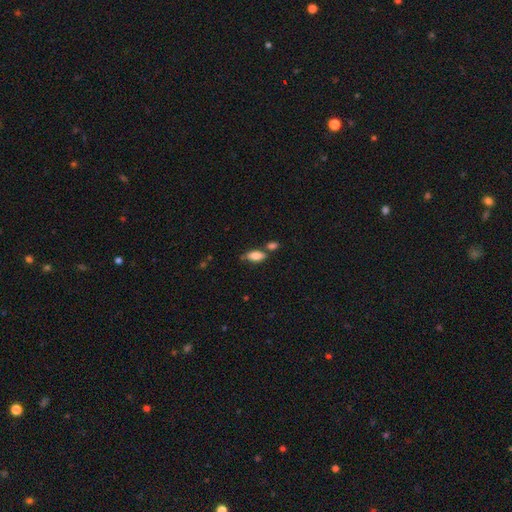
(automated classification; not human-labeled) Smooth or featured? smooth (81%)
How rounded? in between (86%)
Merging? none (56%)